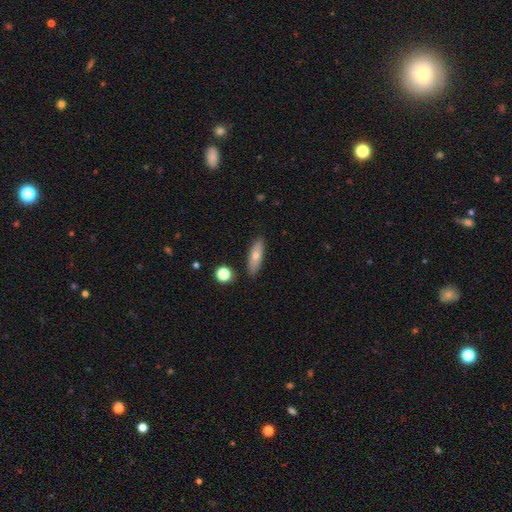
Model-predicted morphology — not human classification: This appears to be a smooth galaxy with no disk features (68%) that is cigar-shaped (50%). Merging: none (86%).